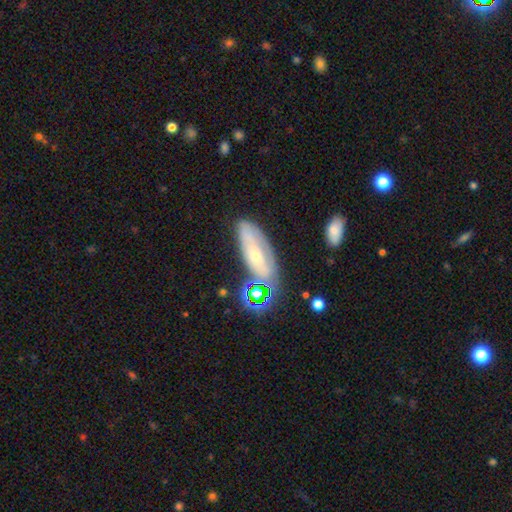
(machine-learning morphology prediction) smooth_or_featured: featured or disk (p=0.52) [alt: smooth p=0.37]
disk_edge_on: no (p=0.79) [alt: yes p=0.21]
merging: none (p=0.59) [alt: minor disturbance p=0.23]